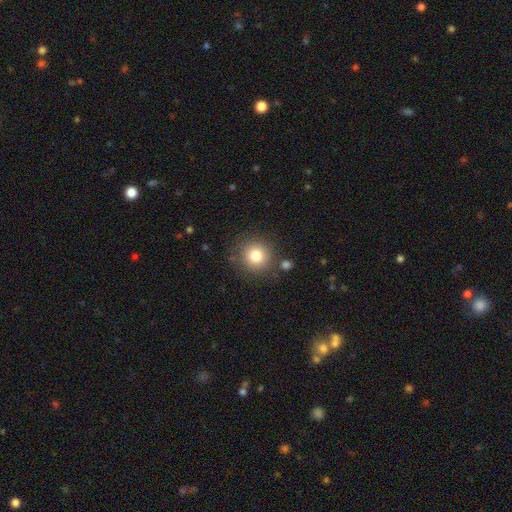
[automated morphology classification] Smooth or featured: smooth — 81% (star or artifact — 12%)
How rounded: round — 93% (in between — 6%)
Merging: none — 84% (minor disturbance — 8%)